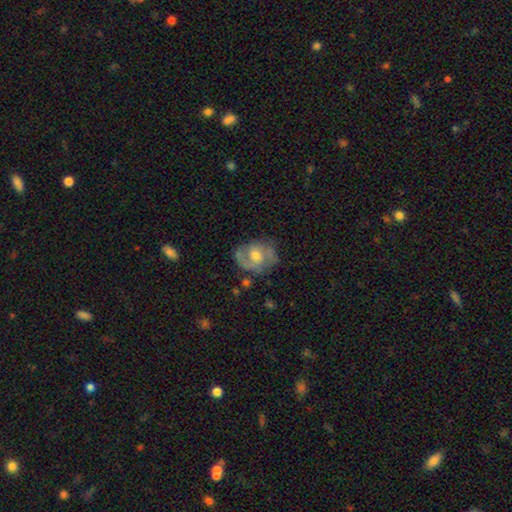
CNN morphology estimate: Smooth or featured? Predicted: featured or disk (p=0.75). Edge-on disk? Predicted: no (p=0.97). Bar? Predicted: no (p=0.55). Spiral arms? Predicted: yes (p=0.89). Spiral winding? Predicted: medium (p=0.50). Spiral arm count? Predicted: 2 (p=0.77). Bulge size? Predicted: moderate (p=0.67). Merging? Predicted: none (p=0.70).